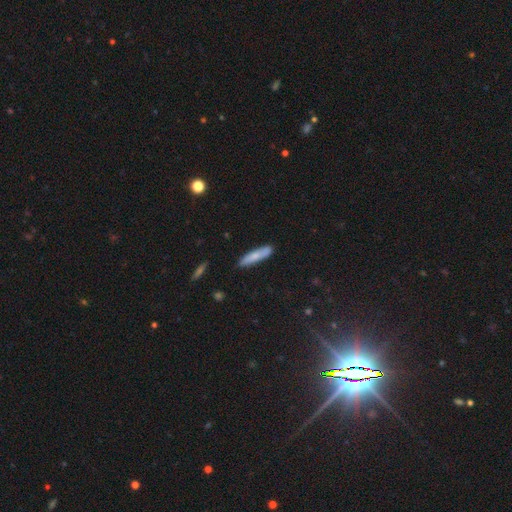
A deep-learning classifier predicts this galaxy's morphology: The model was most divided on "smooth or featured": smooth: 74%, featured or disk: 20%, star or artifact: 6%. More confident: how rounded — cigar-shaped (83%); merging — none (83%).